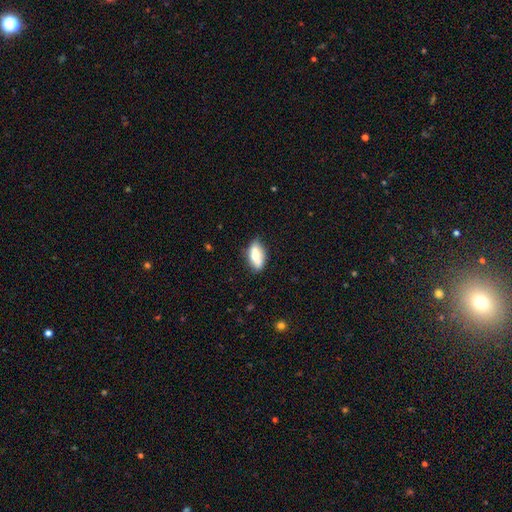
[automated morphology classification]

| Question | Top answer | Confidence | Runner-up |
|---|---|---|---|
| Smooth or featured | smooth | 67% | featured or disk (26%) |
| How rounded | in between | 84% | cigar-shaped (12%) |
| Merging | none | 77% | minor disturbance (17%) |